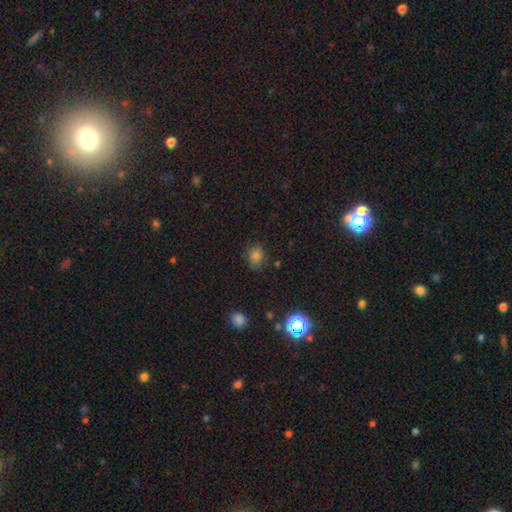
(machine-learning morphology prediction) smooth_or_featured: smooth (p=0.74) [alt: star or artifact p=0.19]
how_rounded: round (p=0.52) [alt: in between p=0.47]
merging: none (p=0.78) [alt: minor disturbance p=0.16]